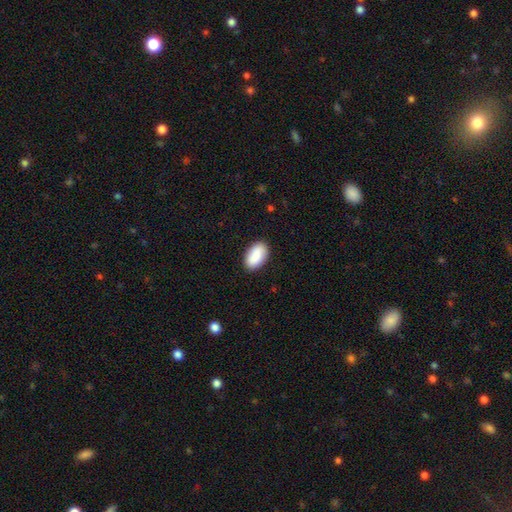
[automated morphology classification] Q: Smooth or featured?
A: smooth (89%); runner-up: star or artifact (6%)
Q: How rounded?
A: in between (94%); runner-up: round (4%)
Q: Merging?
A: none (88%); runner-up: minor disturbance (9%)